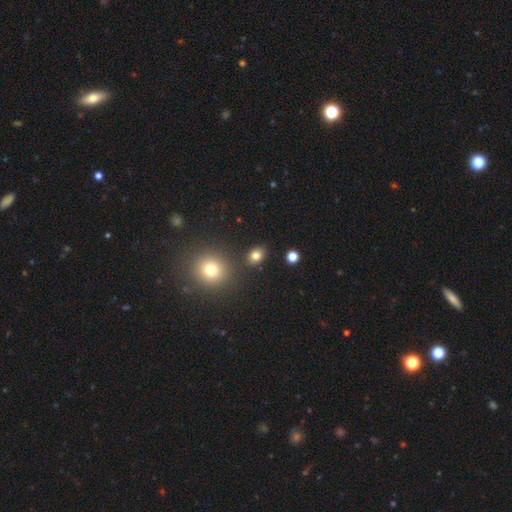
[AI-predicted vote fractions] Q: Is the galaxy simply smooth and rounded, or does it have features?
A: smooth — 80%.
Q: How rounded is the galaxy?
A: in between — 61%.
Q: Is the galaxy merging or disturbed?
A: none — 85%.